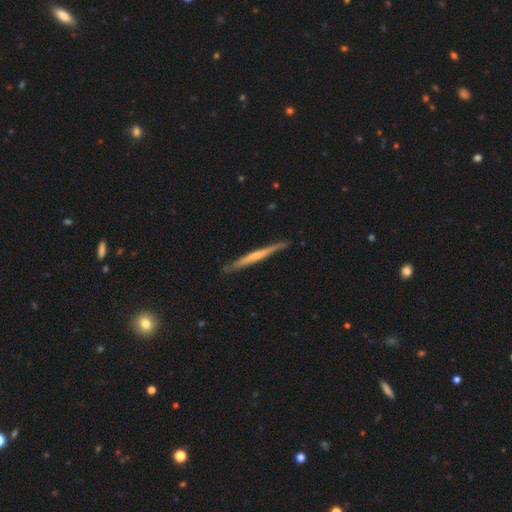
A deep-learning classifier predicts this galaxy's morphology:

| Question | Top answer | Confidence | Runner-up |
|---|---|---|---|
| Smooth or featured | featured or disk | 58% | smooth (37%) |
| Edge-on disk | yes | 97% | no (3%) |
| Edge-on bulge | none | 56% | rounded (35%) |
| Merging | none | 85% | minor disturbance (12%) |